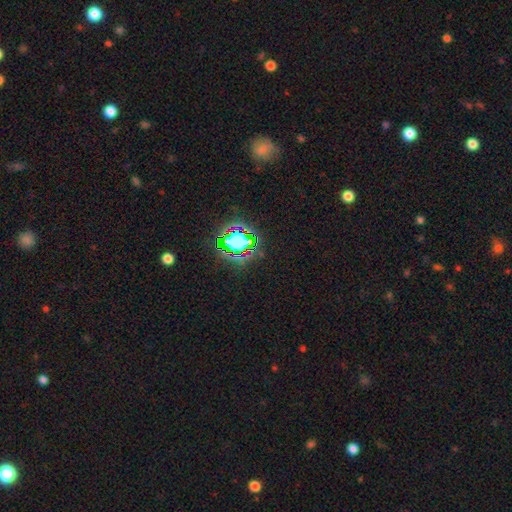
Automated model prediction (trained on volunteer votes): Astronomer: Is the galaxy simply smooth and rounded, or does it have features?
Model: star or artifact — 78%.